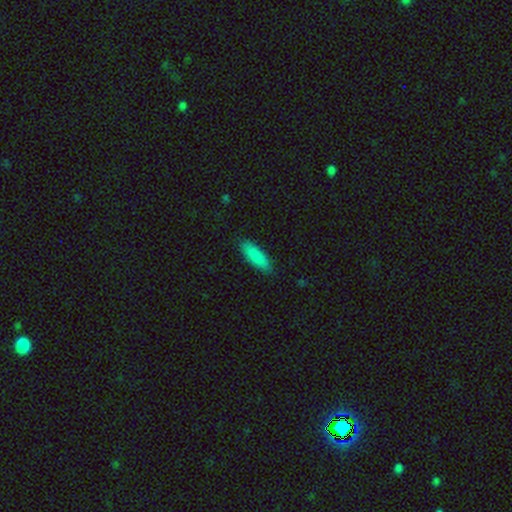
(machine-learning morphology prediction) This appears to be a smooth galaxy with no disk features (87%) that is in between round and cigar-shaped (56%). Merging: none (86%).